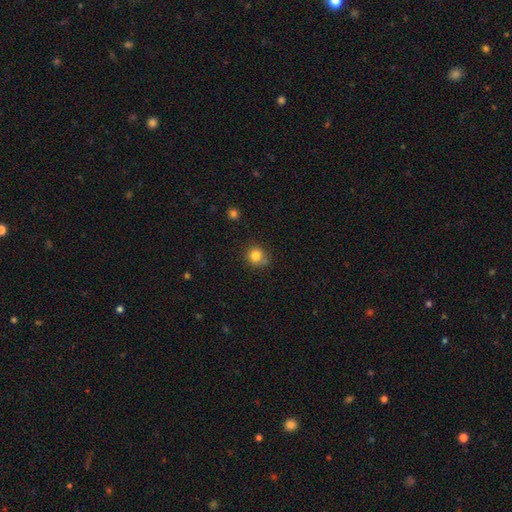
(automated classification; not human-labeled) smooth_or_featured: smooth (p=0.83) [alt: star or artifact p=0.11]
how_rounded: round (p=0.85) [alt: in between p=0.14]
merging: none (p=0.70) [alt: minor disturbance p=0.19]